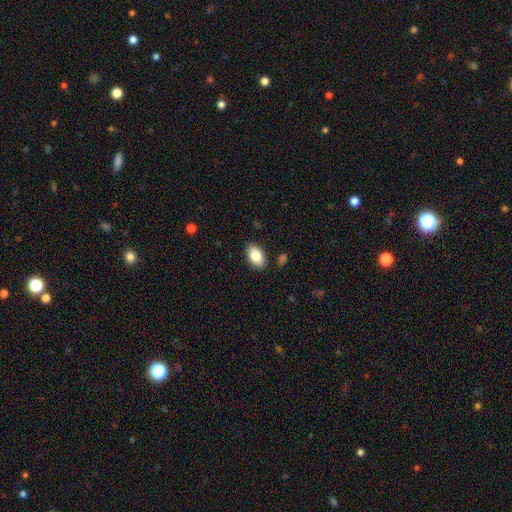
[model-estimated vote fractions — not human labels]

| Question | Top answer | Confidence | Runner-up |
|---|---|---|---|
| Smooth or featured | smooth | 85% | featured or disk (8%) |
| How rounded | in between | 92% | round (6%) |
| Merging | none | 86% | minor disturbance (10%) |